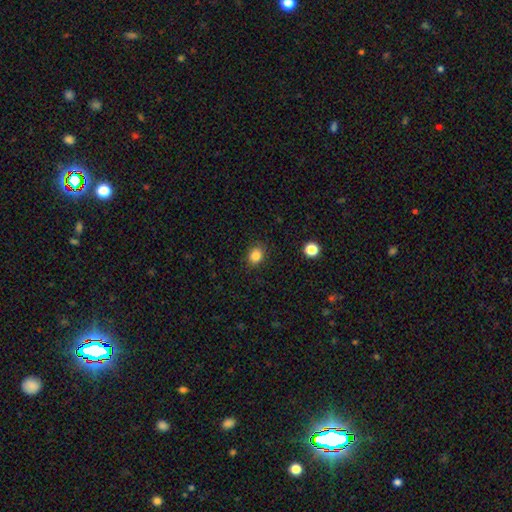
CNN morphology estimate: type=smooth (85%); roundness=round (53%); merging=none (85%).